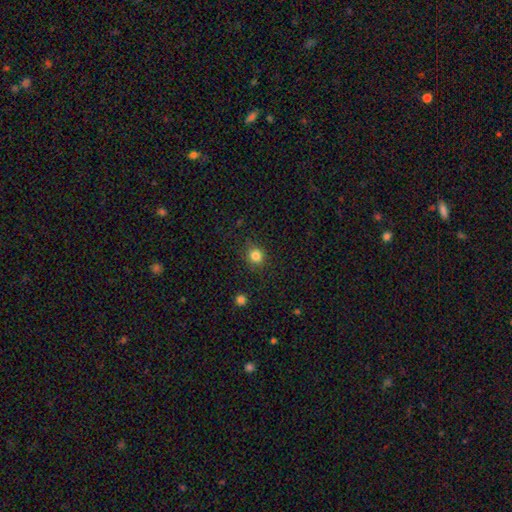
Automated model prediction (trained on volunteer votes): Morphology: type=smooth (83%); roundness=round (84%); merging=none (86%).